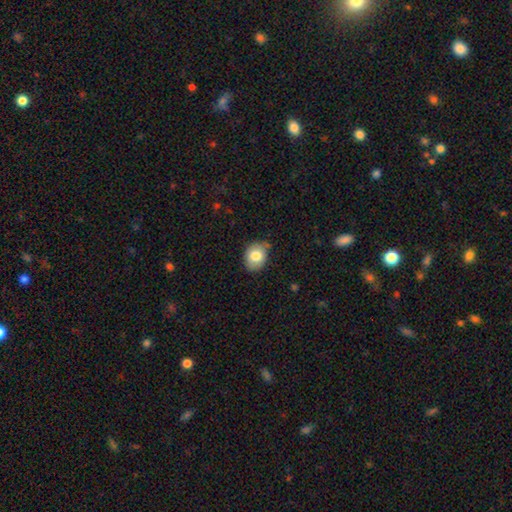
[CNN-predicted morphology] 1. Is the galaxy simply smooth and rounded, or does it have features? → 80% smooth, 12% featured or disk, 8% star or artifact.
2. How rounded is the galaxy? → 56% in between, 43% round, 1% cigar-shaped.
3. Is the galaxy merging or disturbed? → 72% none, 22% minor disturbance, 4% major disturbance, 2% merger.